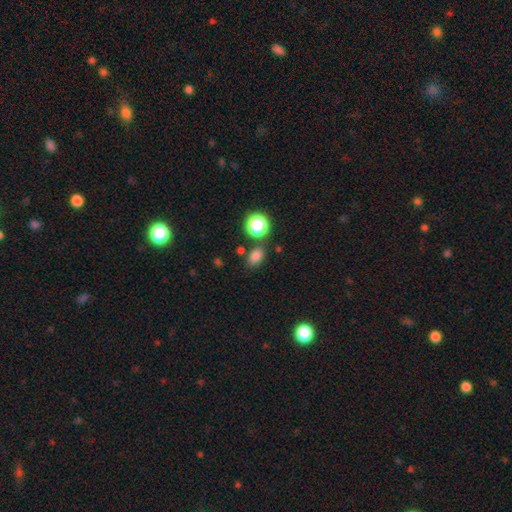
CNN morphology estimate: Smooth or featured? smooth (78%)
How rounded? in between (73%)
Merging? none (75%)